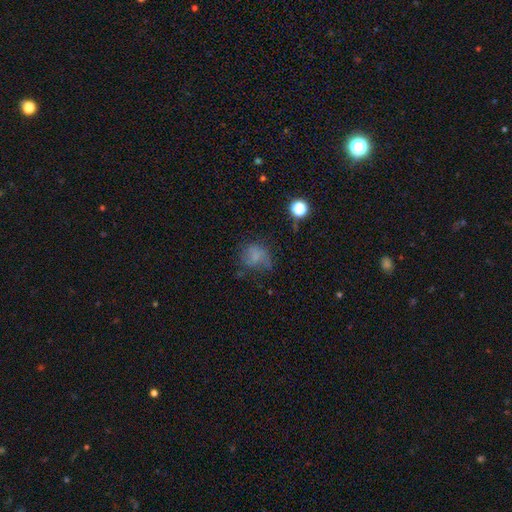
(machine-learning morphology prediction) smooth_or_featured: smooth (p=0.62) [alt: featured or disk p=0.20]
how_rounded: round (p=0.64) [alt: in between p=0.35]
merging: none (p=0.48) [alt: minor disturbance p=0.27]